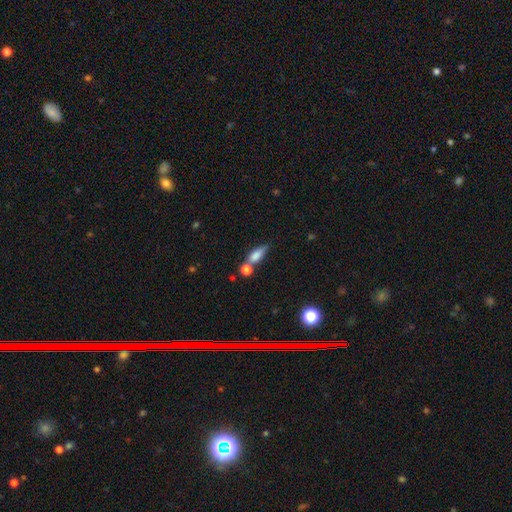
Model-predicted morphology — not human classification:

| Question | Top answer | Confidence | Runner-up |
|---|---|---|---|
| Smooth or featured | smooth | 74% | featured or disk (17%) |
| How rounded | in between | 65% | cigar-shaped (28%) |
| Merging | none | 43% | merger (32%) |